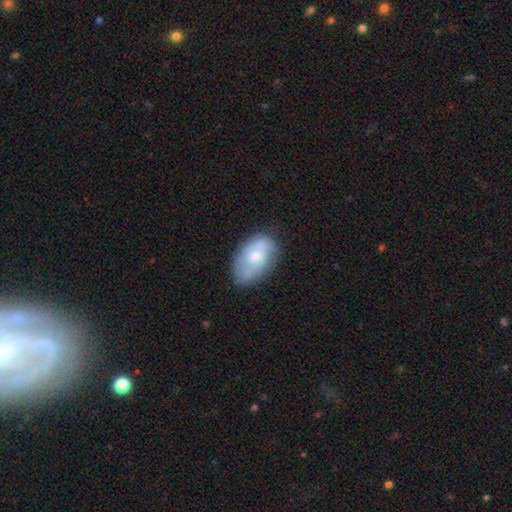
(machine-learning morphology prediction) Q: Smooth or featured?
A: featured or disk (50%); runner-up: smooth (43%)
Q: Edge-on disk?
A: no (95%); runner-up: yes (5%)
Q: Merging?
A: none (69%); runner-up: minor disturbance (23%)